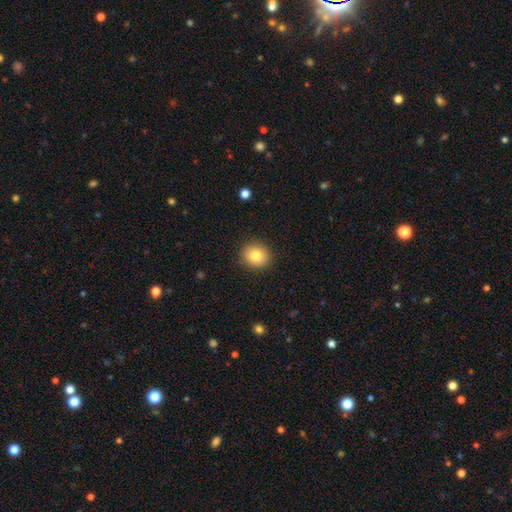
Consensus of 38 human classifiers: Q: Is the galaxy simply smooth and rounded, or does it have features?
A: smooth — 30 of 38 (79%).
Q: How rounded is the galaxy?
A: round — 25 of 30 (83%).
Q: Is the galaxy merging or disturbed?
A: none — 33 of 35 (94%).